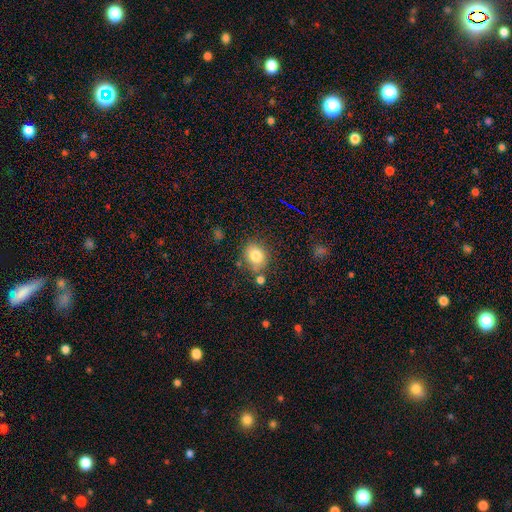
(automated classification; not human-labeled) A smooth galaxy with no disk features (81%) that is round (65%).

Vote fractions:
- Smooth or featured? smooth: 81% / star or artifact: 11% / featured or disk: 9%
- How rounded? round: 65% / in between: 34% / cigar-shaped: 1%
- Merging? none: 73% / minor disturbance: 14% / merger: 9% / major disturbance: 4%